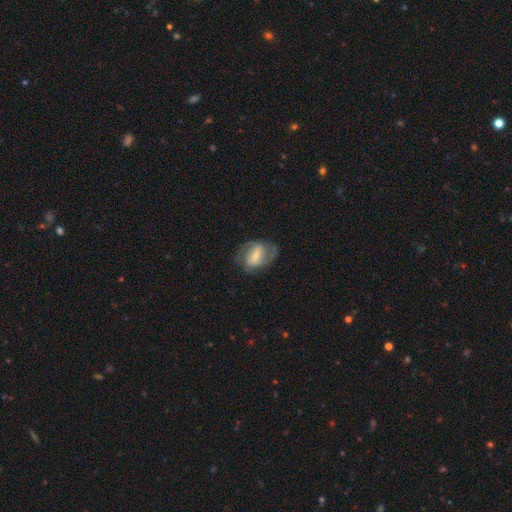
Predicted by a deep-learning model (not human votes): This appears to be a featured or disk galaxy (76%) with a weak bar (43%), 2 (75%) medium (50%) spiral arms (89%) and a small central bulge (48%). Merging: none (66%).